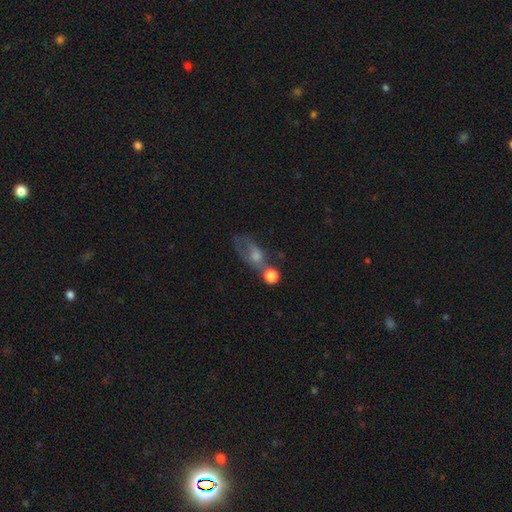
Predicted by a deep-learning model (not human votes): Smooth or featured? Predicted: smooth (p=0.45). Merging? Predicted: none (p=0.31).